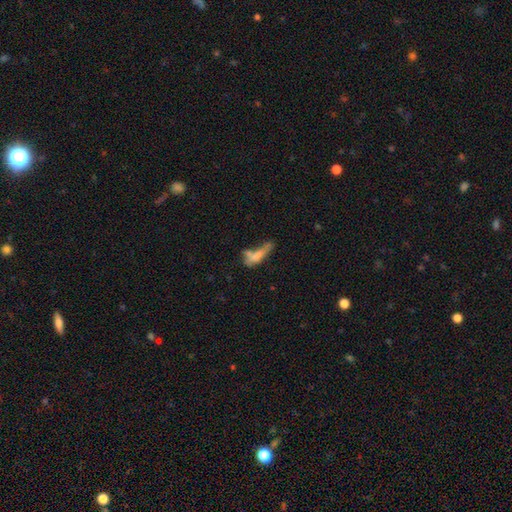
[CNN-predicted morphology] smooth 59%, featured or disk 29%, star or artifact 12%. Down the decision tree: how rounded — cigar-shaped (55%); merging — merger (29%).